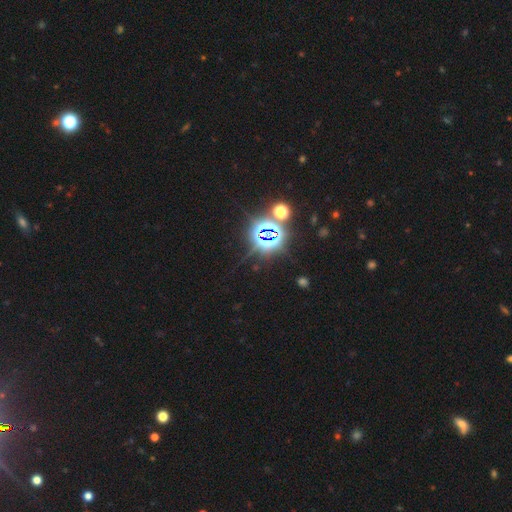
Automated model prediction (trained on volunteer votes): Morphology: type=star or artifact (83%).